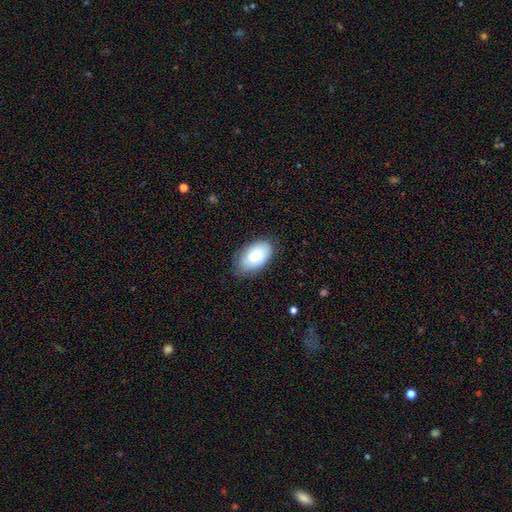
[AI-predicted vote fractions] smooth_or_featured: smooth (p=0.80) [alt: featured or disk p=0.14]
how_rounded: in between (p=0.94) [alt: round p=0.05]
merging: none (p=0.78) [alt: minor disturbance p=0.18]